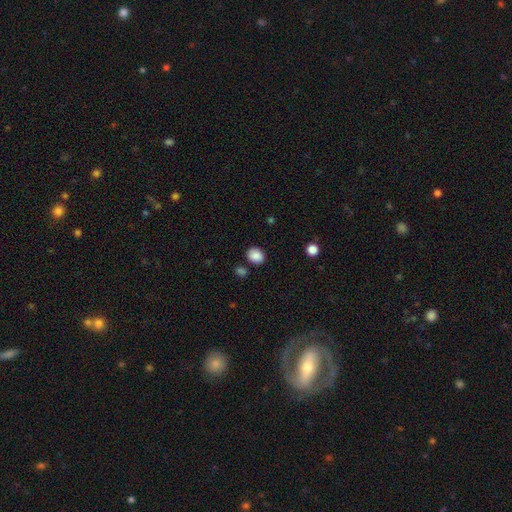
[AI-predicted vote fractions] A smooth galaxy with no disk features (87%) that is round (54%).

Vote fractions:
- Smooth or featured? smooth: 87% / star or artifact: 9% / featured or disk: 4%
- How rounded? round: 54% / in between: 45% / cigar-shaped: 1%
- Merging? none: 79% / minor disturbance: 11% / merger: 6% / major disturbance: 3%